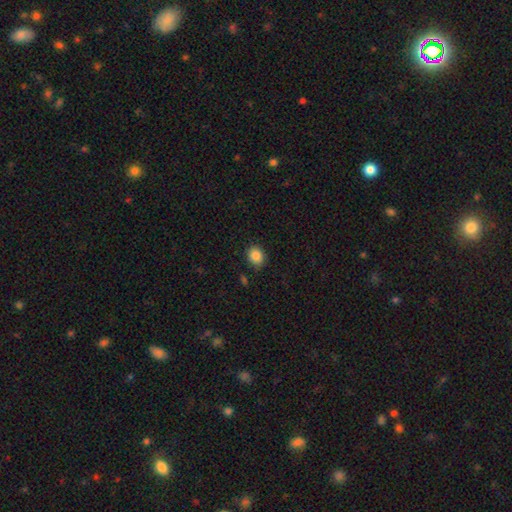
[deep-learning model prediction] A smooth galaxy with no disk features (87%) that is round (60%). Merging: none (84%).